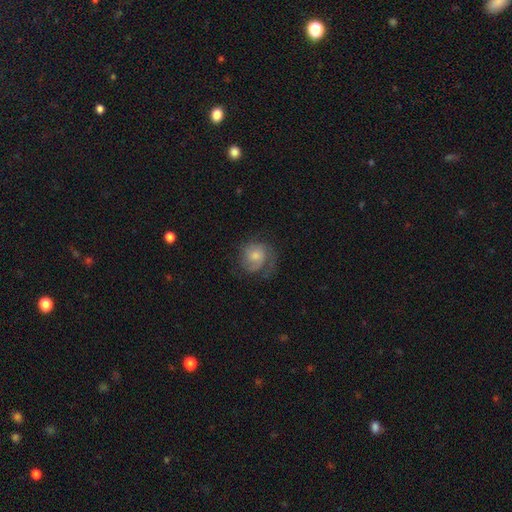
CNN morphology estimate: Smooth or featured: featured or disk — 54% (smooth — 39%)
Edge-on disk: no — 98% (yes — 2%)
Bar: no — 75% (weak — 22%)
Spiral arms: yes — 85% (no — 15%)
Bulge size: moderate — 46% (small — 37%)
Merging: none — 53% (minor disturbance — 23%)